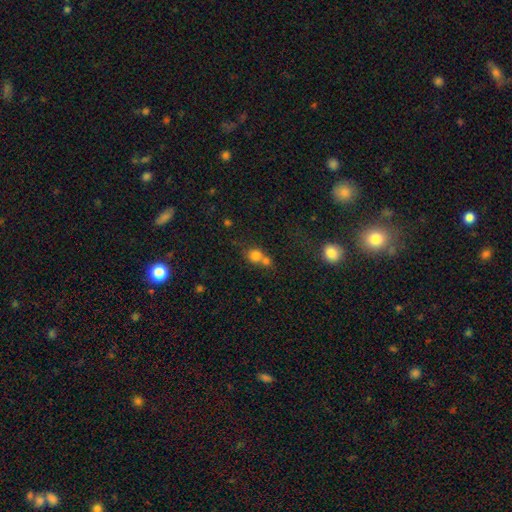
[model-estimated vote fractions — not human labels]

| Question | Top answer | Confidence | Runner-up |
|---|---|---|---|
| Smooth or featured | smooth | 76% | star or artifact (13%) |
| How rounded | round | 77% | in between (21%) |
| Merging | merger | 54% | none (34%) |